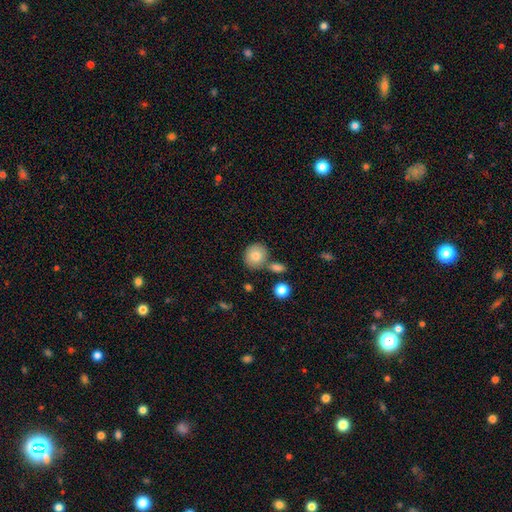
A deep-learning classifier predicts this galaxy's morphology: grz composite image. It shows a smooth galaxy with no disk features (82%) that is round (76%). Merging: none (65%).